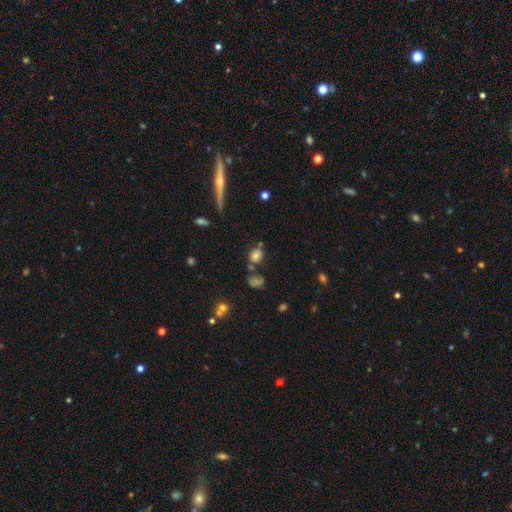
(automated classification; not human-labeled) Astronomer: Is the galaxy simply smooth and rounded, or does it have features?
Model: smooth — 76%.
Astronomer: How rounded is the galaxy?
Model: round — 52% (runner-up: in between, 47%).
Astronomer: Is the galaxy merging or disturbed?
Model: none — 65%.